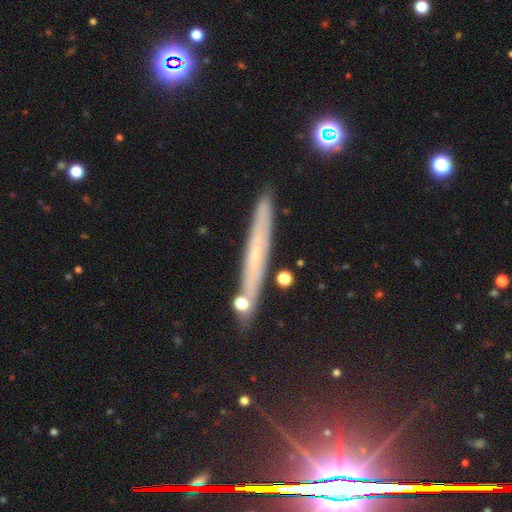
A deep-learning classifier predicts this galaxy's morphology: Overall: featured or disk (52%; smooth 37%). Edge-on disk: yes (88%). Merging: none (85%).